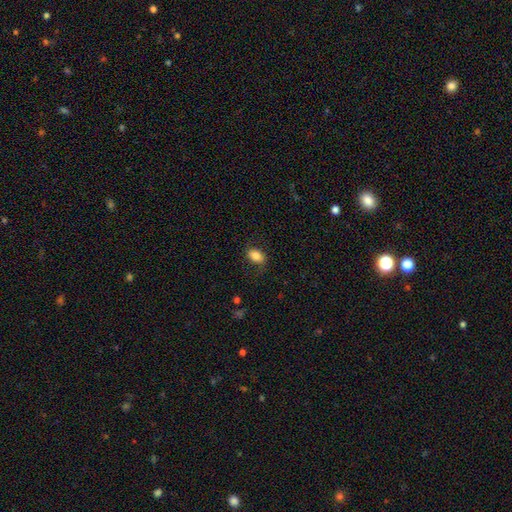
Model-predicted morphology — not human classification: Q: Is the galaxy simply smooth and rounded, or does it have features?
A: smooth — 80%.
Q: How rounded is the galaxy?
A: in between — 87%.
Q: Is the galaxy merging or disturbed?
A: none — 73%.